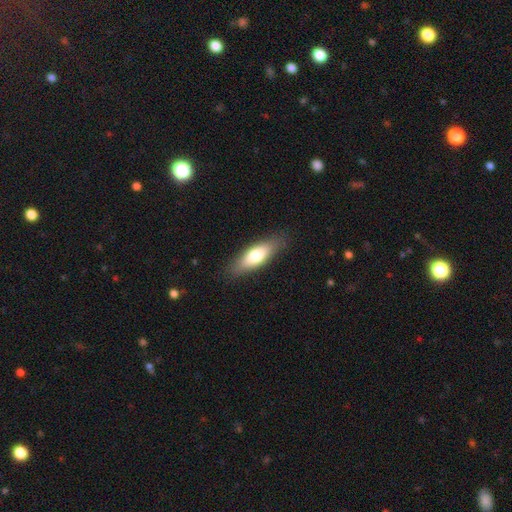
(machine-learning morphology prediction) The model was most divided on "how rounded": in between: 59%, cigar-shaped: 39%, round: 2%. More confident: merging — none (85%); smooth or featured — smooth (70%).